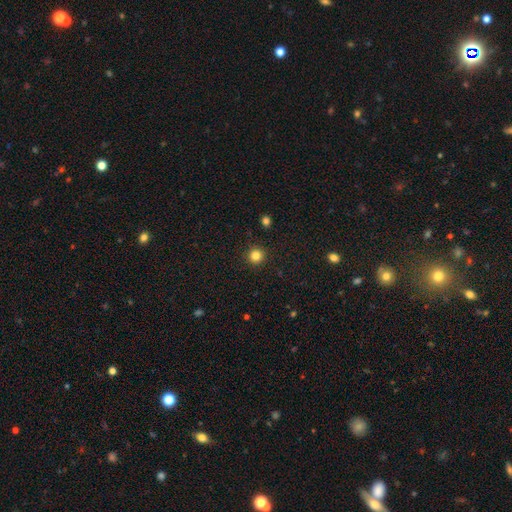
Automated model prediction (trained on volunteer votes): This is clearly a smooth galaxy (83%). How rounded: clearly round (95%). Merging: clearly none (92%).